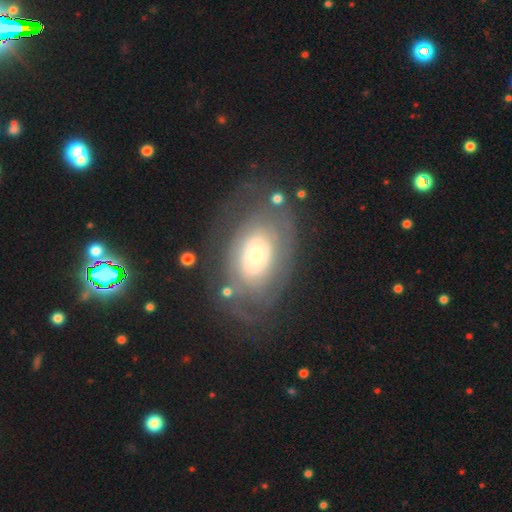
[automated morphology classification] This is likely a featured or disk galaxy (64%). It is clearly not viewed edge-on (95%). Bar: clearly no (88%). Spiral arm pattern: possibly yes (50%, tied with no). Central bulge: possibly small (47%). Merging: likely none (65%).